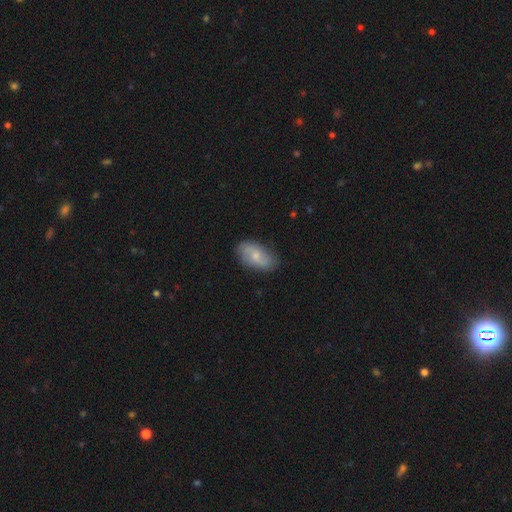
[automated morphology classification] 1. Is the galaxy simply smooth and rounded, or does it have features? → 48% smooth, 46% featured or disk, 6% star or artifact.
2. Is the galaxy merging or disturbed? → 80% none, 15% minor disturbance, 3% major disturbance, 1% merger.